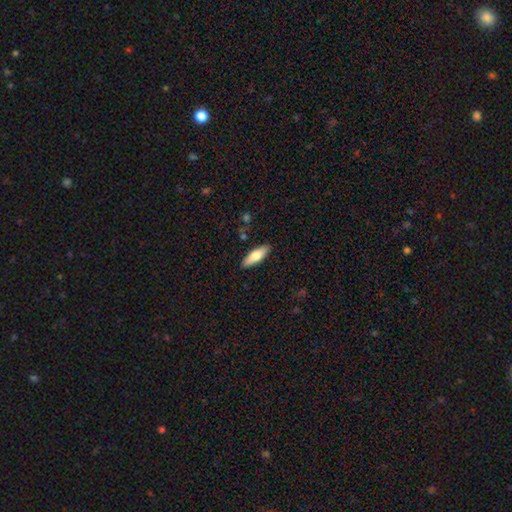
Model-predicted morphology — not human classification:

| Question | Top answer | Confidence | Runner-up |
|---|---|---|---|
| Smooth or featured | smooth | 70% | featured or disk (24%) |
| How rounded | in between | 54% | cigar-shaped (44%) |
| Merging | none | 87% | minor disturbance (9%) |